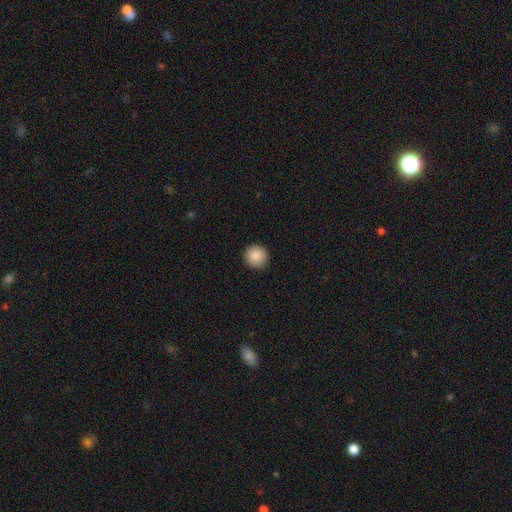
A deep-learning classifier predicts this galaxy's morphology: Overall: smooth (88%). How rounded: round (95%). Merging: none (92%).